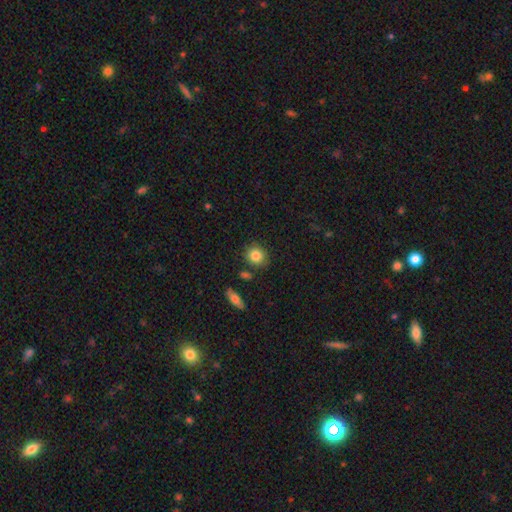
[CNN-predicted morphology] smooth 84%, star or artifact 9%, featured or disk 7%. Down the decision tree: how rounded — round (79%); merging — none (81%).